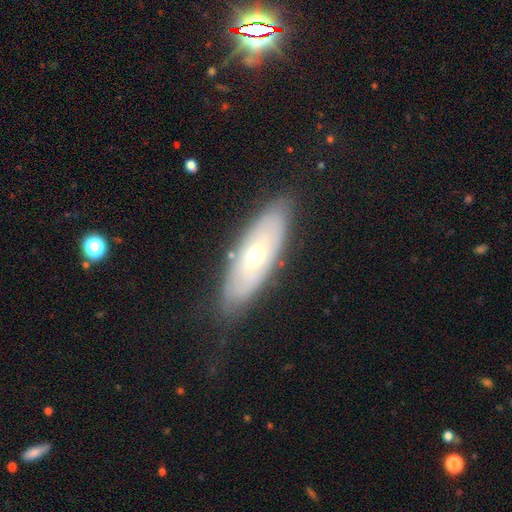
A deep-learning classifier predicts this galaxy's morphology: A featured or disk galaxy (55%).

Vote fractions:
- Smooth or featured? featured or disk: 55% / smooth: 38% / star or artifact: 7%
- Edge-on disk? no: 69% / yes: 31%
- Merging? none: 77% / minor disturbance: 17% / major disturbance: 5% / merger: 1%